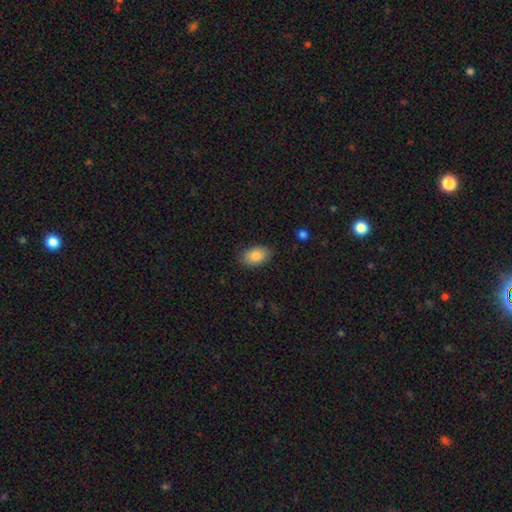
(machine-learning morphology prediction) Smooth or featured? smooth (85%)
How rounded? in between (89%)
Merging? none (85%)